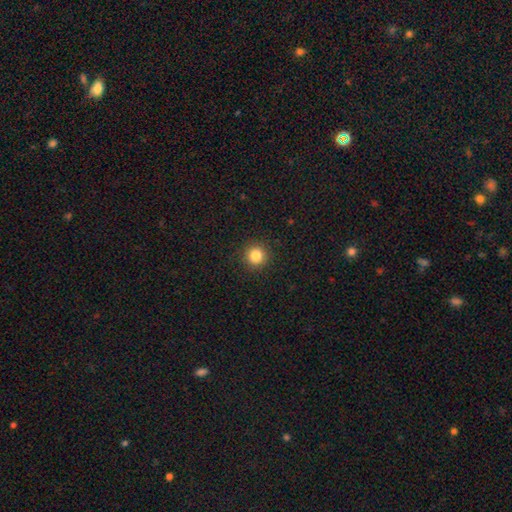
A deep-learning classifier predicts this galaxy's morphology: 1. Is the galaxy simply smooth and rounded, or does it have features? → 83% smooth, 12% star or artifact, 5% featured or disk.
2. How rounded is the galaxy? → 95% round, 4% in between, 1% cigar-shaped.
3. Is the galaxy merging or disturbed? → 92% none, 5% minor disturbance, 2% major disturbance, 1% merger.